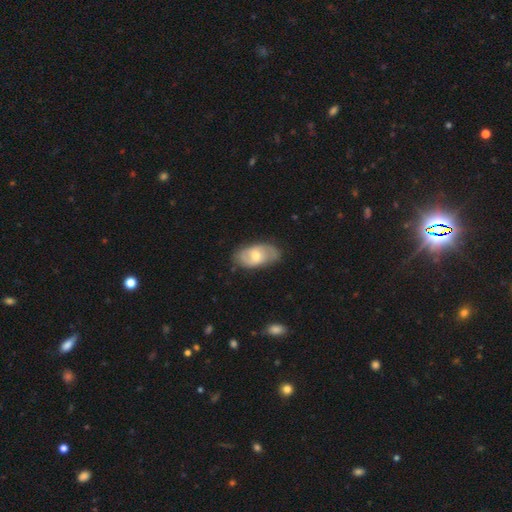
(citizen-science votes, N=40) Smooth or featured? 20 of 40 (50%) said smooth. How rounded? 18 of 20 (90%) said in between. Merging? 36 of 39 (92%) said none.